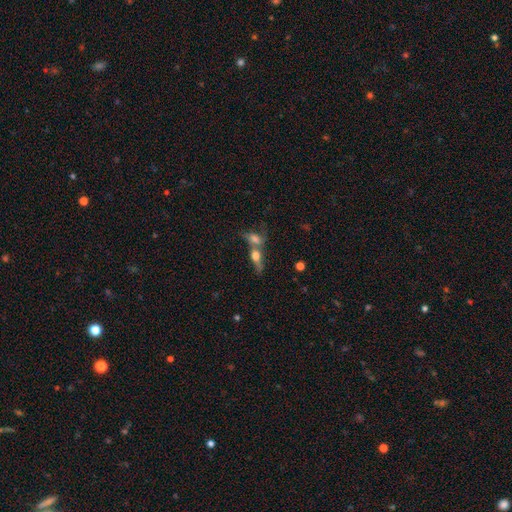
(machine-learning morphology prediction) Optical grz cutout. It shows a smooth galaxy with no disk features (57%) that is in between round and cigar-shaped (57%). Merging: merger (66%).